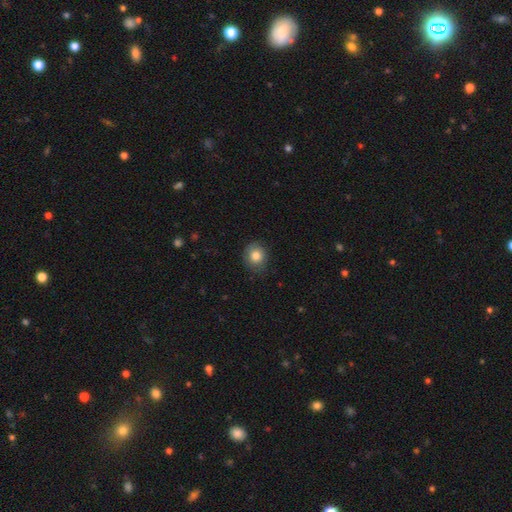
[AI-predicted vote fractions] smooth-or-featured: smooth: 82% | star or artifact: 9% | featured or disk: 9%
  how-rounded: round: 73% | in between: 26% | cigar-shaped: 1%
  merging: none: 82% | minor disturbance: 14% | major disturbance: 3% | merger: 1%